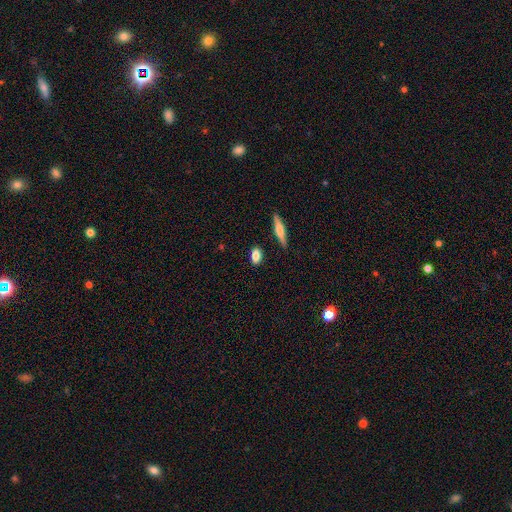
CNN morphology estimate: This is clearly a smooth galaxy (83%). How rounded: clearly in between (80%). Merging: clearly none (85%).